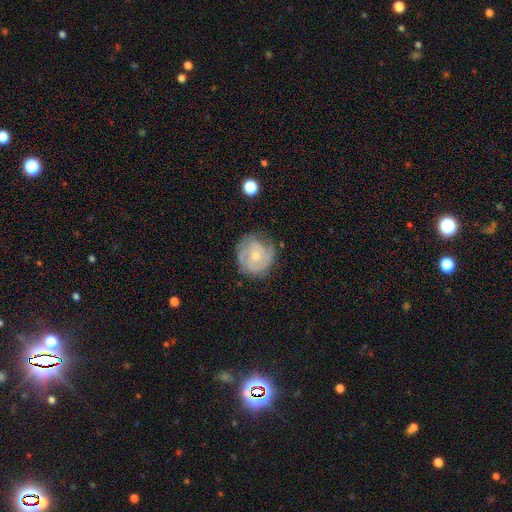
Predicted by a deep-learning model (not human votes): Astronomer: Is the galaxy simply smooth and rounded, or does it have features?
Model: featured or disk — 71%.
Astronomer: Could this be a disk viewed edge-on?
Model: no — 98%.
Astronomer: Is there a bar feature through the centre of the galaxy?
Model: no — 74%.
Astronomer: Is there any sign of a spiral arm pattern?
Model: yes — 86%.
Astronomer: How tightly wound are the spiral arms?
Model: tight — 62%.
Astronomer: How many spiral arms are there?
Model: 2 — 40% (runner-up: can't tell, 32%).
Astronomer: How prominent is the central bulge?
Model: small — 50% (runner-up: moderate, 45%).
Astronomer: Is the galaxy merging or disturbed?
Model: none — 69%.